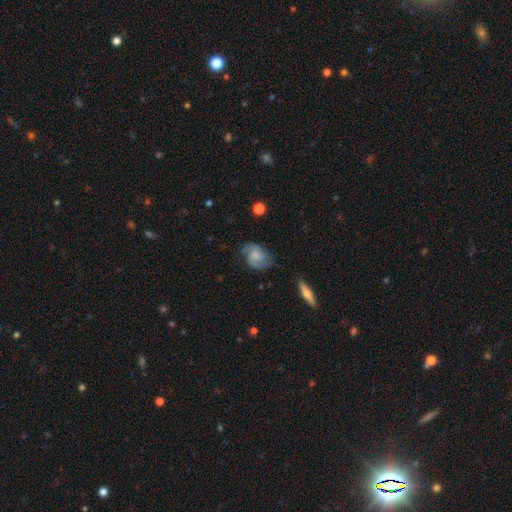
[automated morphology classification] A featured or disk galaxy (76%) with no bar (61%), 2 (85%) medium (49%) spiral arms (96%) and a small central bulge (43%). Merging: none (73%).